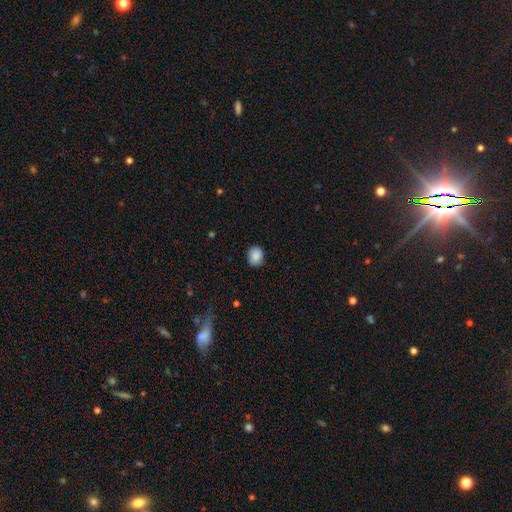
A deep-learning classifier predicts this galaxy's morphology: Smooth or featured? Predicted: smooth (p=0.87). How rounded? Predicted: round (p=0.64). Merging? Predicted: none (p=0.85).